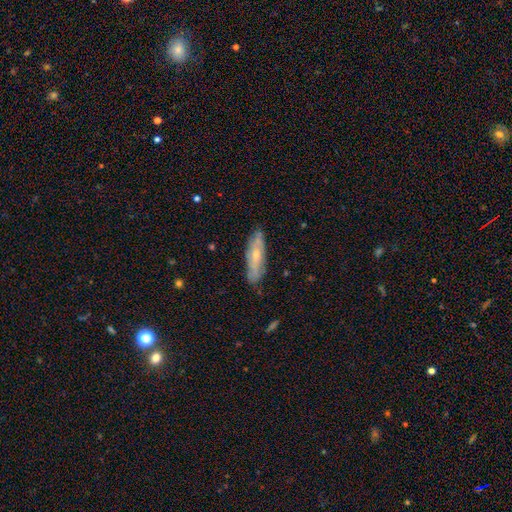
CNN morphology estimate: A featured or disk galaxy (51%). Merging: none (79%).